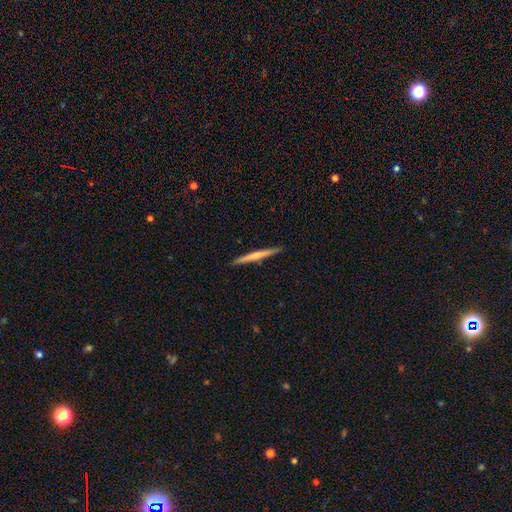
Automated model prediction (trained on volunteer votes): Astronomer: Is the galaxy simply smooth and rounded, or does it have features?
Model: smooth — 49% (runner-up: featured or disk, 45%).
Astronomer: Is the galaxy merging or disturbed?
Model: none — 91%.